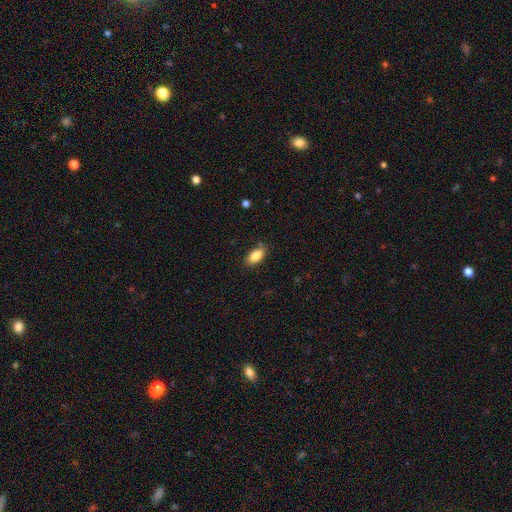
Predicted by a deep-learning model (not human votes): smooth-or-featured: smooth: 84% | featured or disk: 9% | star or artifact: 7%
  how-rounded: in between: 90% | cigar-shaped: 6% | round: 4%
  merging: none: 83% | minor disturbance: 13% | major disturbance: 3% | merger: 1%